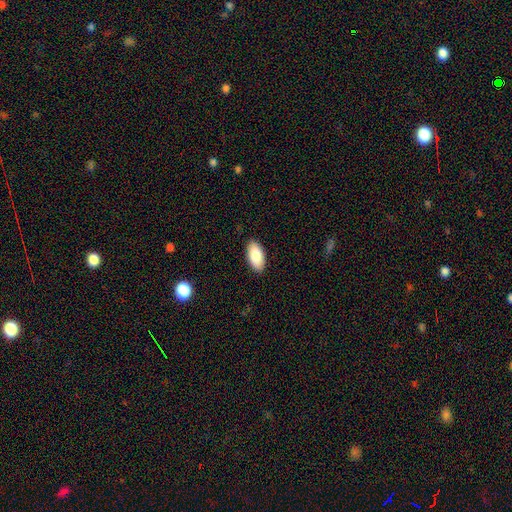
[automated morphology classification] type=smooth (87%); roundness=in between (94%); merging=none (89%).